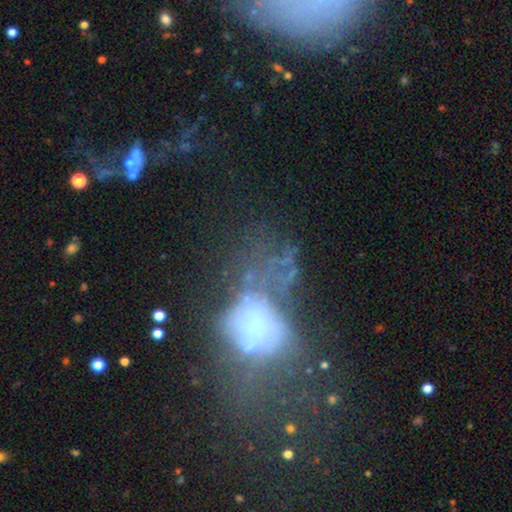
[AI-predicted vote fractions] This appears to be a featured or disk galaxy (39%). Merging: major disturbance (44%).